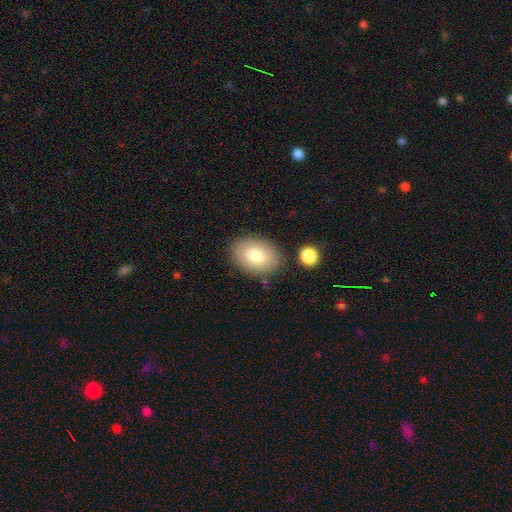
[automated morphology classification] A smooth galaxy with no disk features (80%) that is in between round and cigar-shaped (80%). Merging: none (82%).